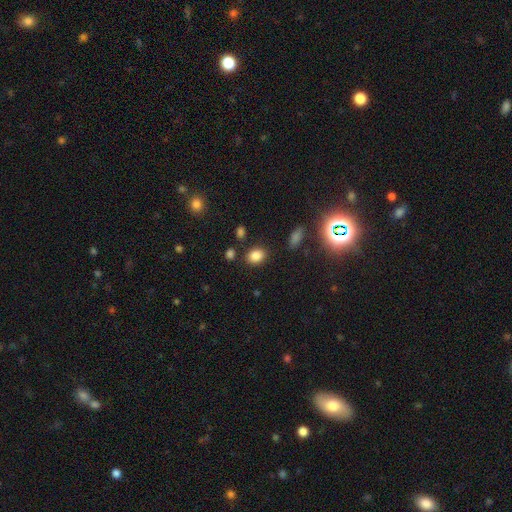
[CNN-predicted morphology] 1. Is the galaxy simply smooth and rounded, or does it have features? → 84% smooth, 11% star or artifact, 5% featured or disk.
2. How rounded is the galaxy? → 62% in between, 37% round, 1% cigar-shaped.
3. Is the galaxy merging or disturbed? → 82% none, 10% minor disturbance, 4% merger, 4% major disturbance.